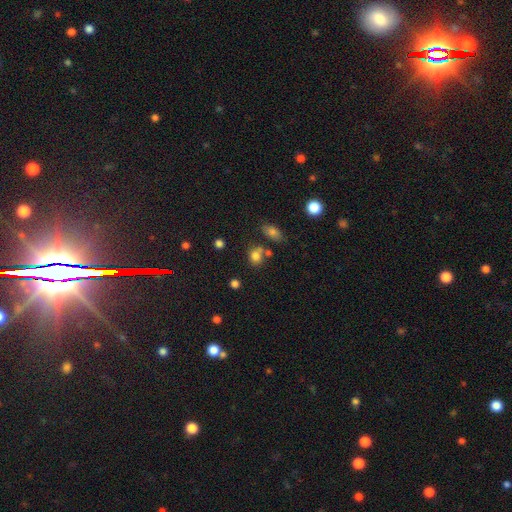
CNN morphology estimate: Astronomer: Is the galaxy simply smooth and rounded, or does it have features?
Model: smooth — 79%.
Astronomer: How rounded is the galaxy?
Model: round — 61% (runner-up: in between, 37%).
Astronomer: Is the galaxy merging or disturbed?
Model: none — 58%.